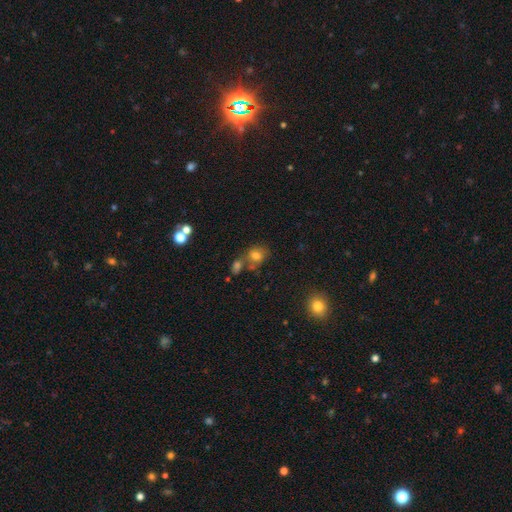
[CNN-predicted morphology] Q: Smooth or featured?
A: smooth (73%); runner-up: star or artifact (14%)
Q: How rounded?
A: round (60%); runner-up: in between (39%)
Q: Merging?
A: none (48%); runner-up: merger (32%)